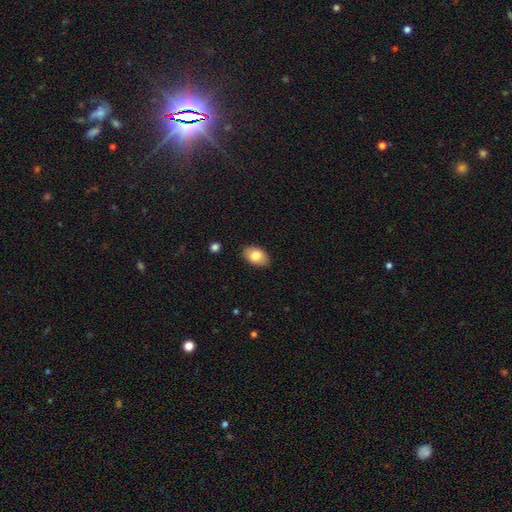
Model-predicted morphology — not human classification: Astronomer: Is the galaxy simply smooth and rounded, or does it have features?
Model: smooth — 82%.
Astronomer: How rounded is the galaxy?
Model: in between — 89%.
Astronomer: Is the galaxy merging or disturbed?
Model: none — 87%.